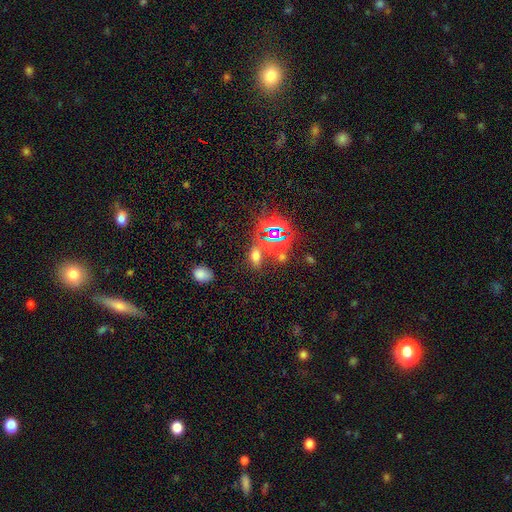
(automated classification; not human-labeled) This is possibly a smooth galaxy (51%). How rounded: likely in between (79%). Merging: likely none (72%).